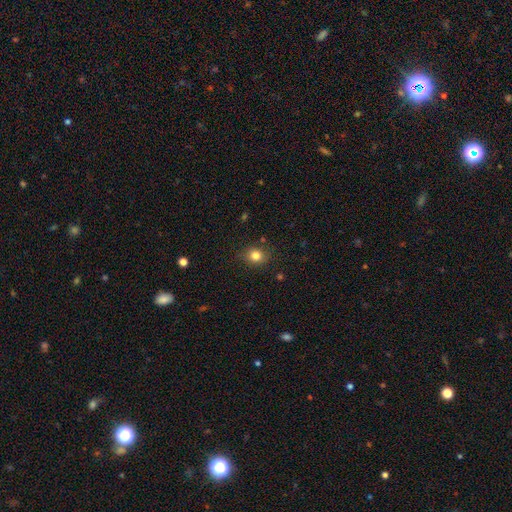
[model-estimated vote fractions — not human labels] Smooth or featured? smooth (82%)
How rounded? round (72%)
Merging? none (84%)